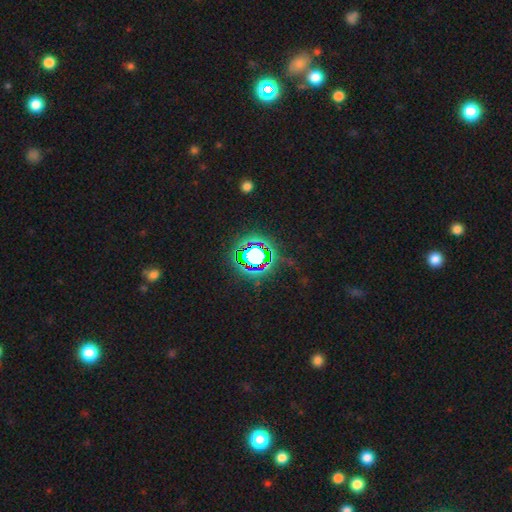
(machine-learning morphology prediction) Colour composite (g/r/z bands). It shows a star or artifact, not a galaxy (75%).